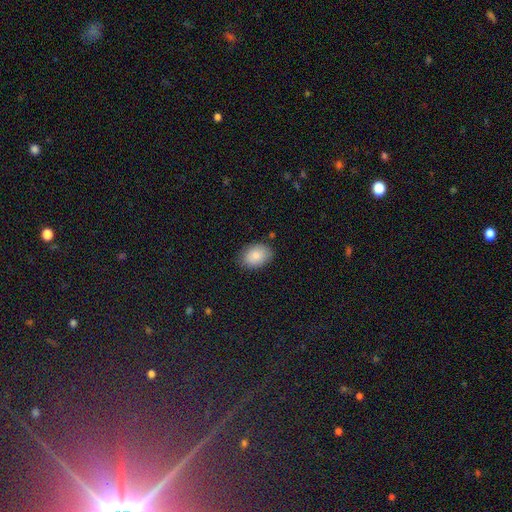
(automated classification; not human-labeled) A smooth galaxy with no disk features (85%) that is in between round and cigar-shaped (80%). Merging: none (82%).